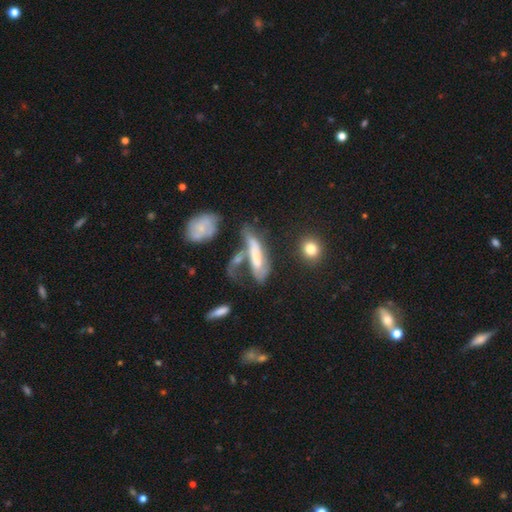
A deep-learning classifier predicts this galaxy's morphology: Overall: featured or disk (51%; smooth 39%). Edge-on disk: no (69%; yes 31%). Merging: merger (34%; major disturbance 31%).